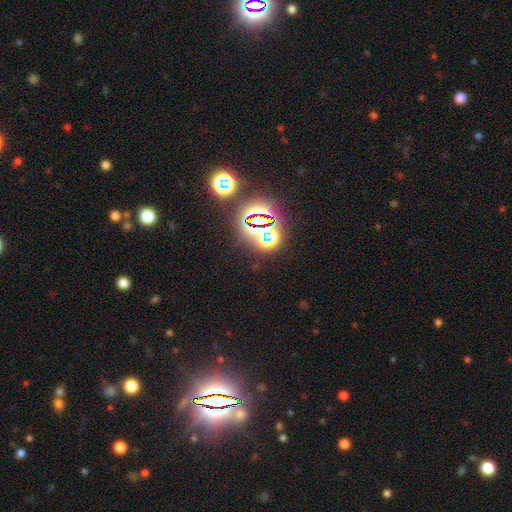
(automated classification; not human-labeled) Overall: star or artifact (82%).